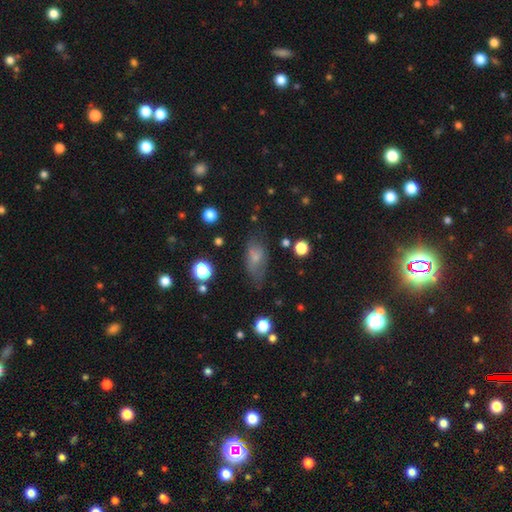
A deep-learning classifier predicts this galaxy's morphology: Smooth or featured? Predicted: smooth (p=0.57). How rounded? Predicted: in between (p=0.77). Merging? Predicted: none (p=0.66).